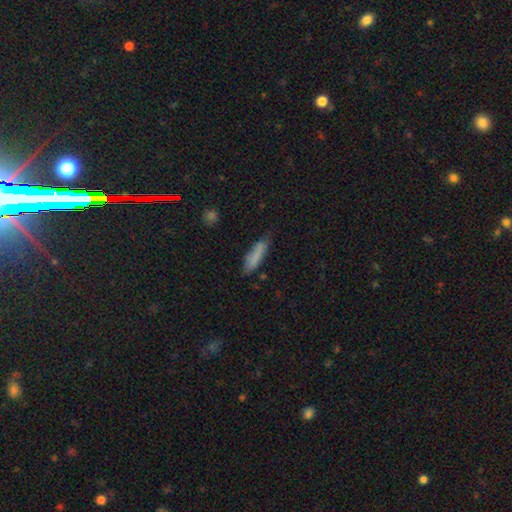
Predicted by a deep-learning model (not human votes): Morphology: type=smooth (80%); roundness=cigar-shaped (65%); merging=none (67%).